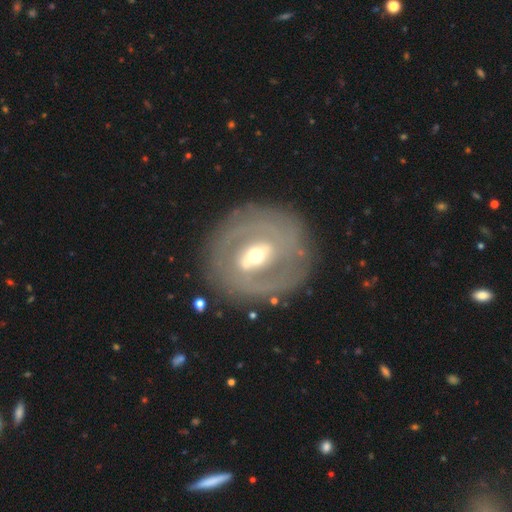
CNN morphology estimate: Smooth or featured: featured or disk — 76% (smooth — 17%)
Edge-on disk: no — 94% (yes — 6%)
Bar: weak — 43% (strong — 37%)
Spiral arms: yes — 64% (no — 36%)
Bulge size: moderate — 59% (small — 33%)
Merging: none — 81% (minor disturbance — 12%)